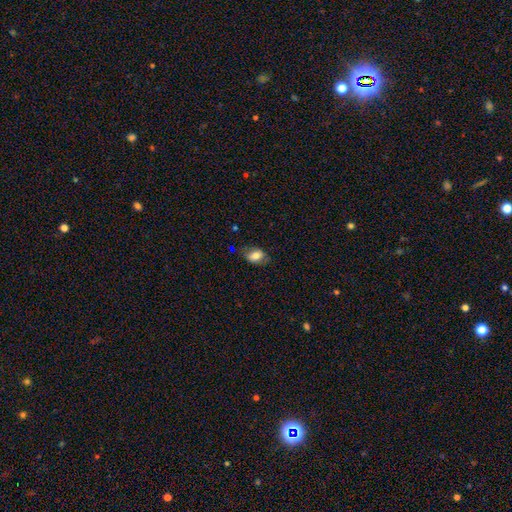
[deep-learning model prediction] Q: Smooth or featured?
A: smooth (75%); runner-up: featured or disk (17%)
Q: How rounded?
A: in between (82%); runner-up: round (16%)
Q: Merging?
A: none (70%); runner-up: minor disturbance (22%)